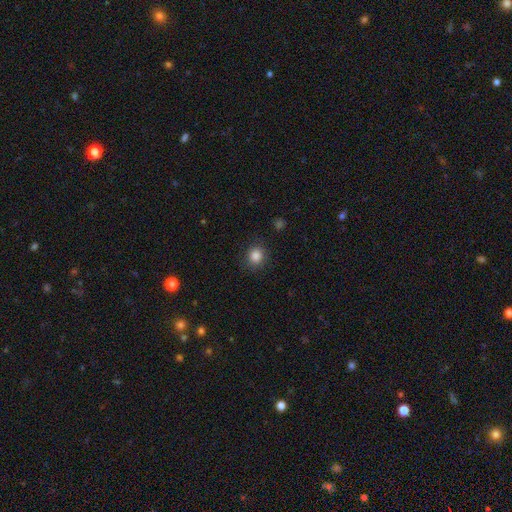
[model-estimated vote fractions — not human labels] This is clearly a smooth galaxy (85%). How rounded: clearly round (86%). Merging: clearly none (87%).